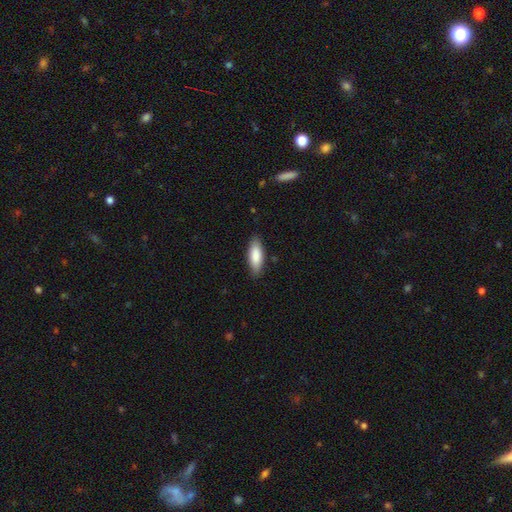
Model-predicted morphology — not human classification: A smooth galaxy with no disk features (85%) that is in between round and cigar-shaped (65%).

Vote fractions:
- Smooth or featured? smooth: 85% / featured or disk: 10% / star or artifact: 5%
- How rounded? in between: 65% / cigar-shaped: 34% / round: 2%
- Merging? none: 87% / minor disturbance: 10% / major disturbance: 2% / merger: 1%